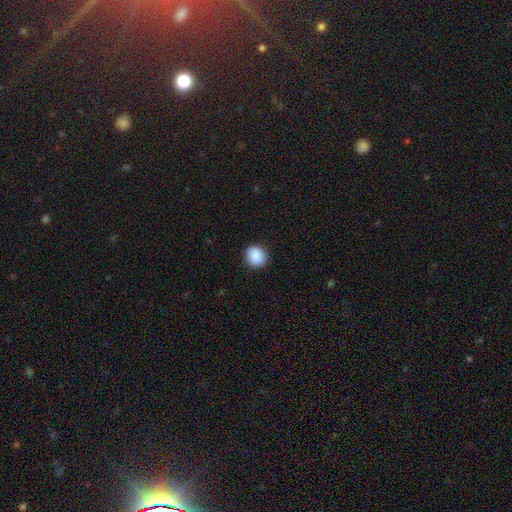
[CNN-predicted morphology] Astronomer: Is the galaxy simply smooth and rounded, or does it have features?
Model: smooth — 89%.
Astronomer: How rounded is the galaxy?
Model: round — 90%.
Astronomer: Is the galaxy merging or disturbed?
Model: none — 91%.